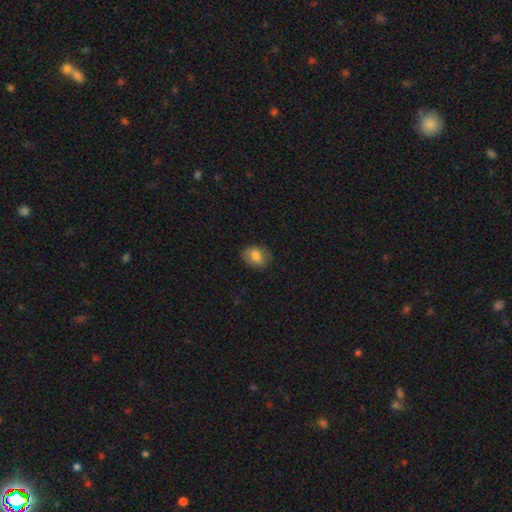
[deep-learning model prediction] This appears to be a smooth galaxy with no disk features (76%) that is in between round and cigar-shaped (64%). Merging: none (76%).